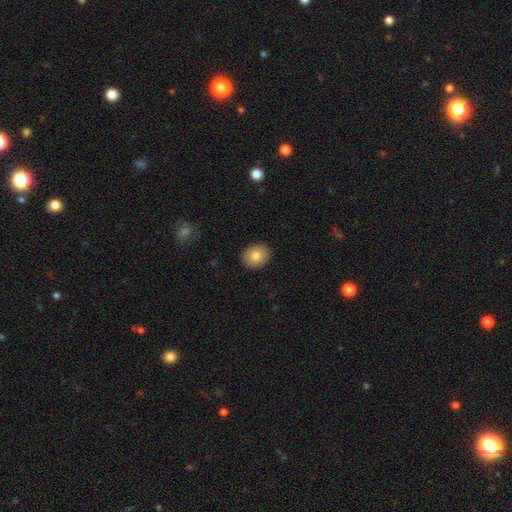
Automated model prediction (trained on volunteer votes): Smooth or featured: smooth — 83% (featured or disk — 9%)
How rounded: round — 67% (in between — 32%)
Merging: none — 90% (minor disturbance — 7%)